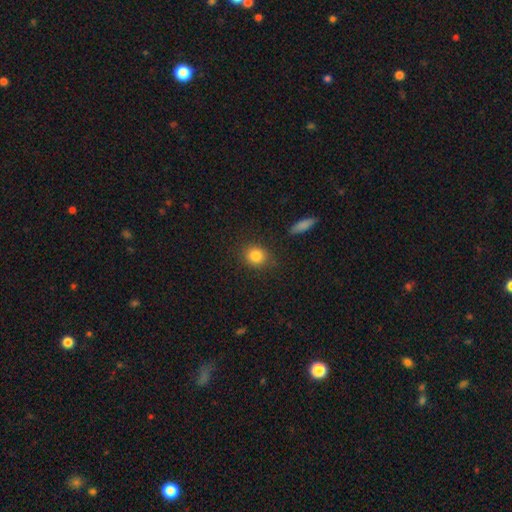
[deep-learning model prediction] This appears to be a smooth galaxy with no disk features (83%) that is round (77%). Merging: none (84%).